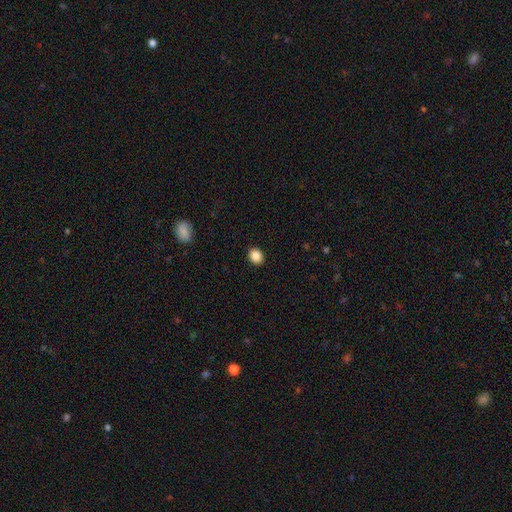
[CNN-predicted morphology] Q: Smooth or featured?
A: smooth (87%); runner-up: star or artifact (9%)
Q: How rounded?
A: round (55%); runner-up: in between (44%)
Q: Merging?
A: none (92%); runner-up: minor disturbance (6%)